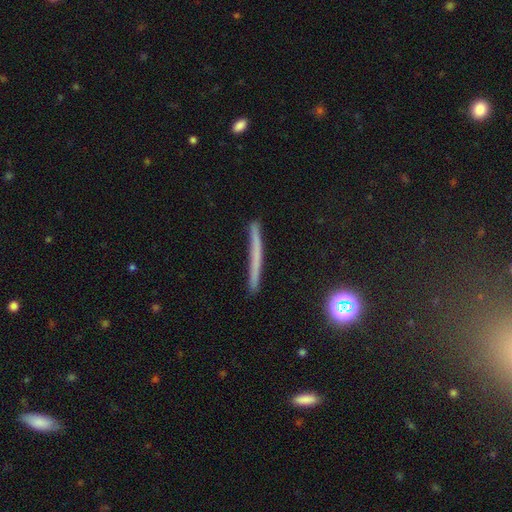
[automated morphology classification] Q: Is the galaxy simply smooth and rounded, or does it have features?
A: smooth — 49%.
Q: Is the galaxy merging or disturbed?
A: none — 85%.